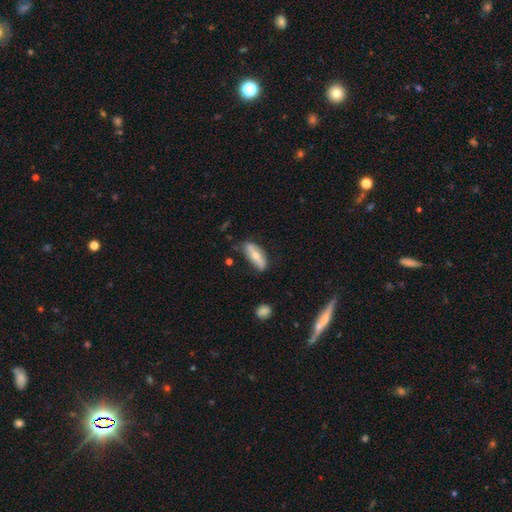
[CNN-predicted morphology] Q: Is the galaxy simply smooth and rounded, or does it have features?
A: smooth — 54%.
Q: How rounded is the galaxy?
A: in between — 63%.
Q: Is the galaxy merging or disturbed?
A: none — 68%.